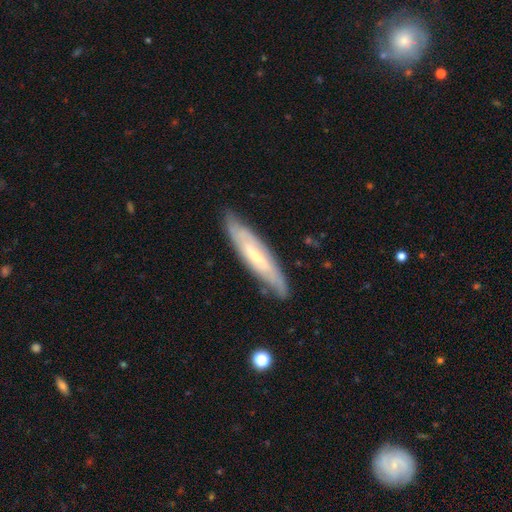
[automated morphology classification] Smooth or featured? featured or disk (65%)
Edge-on disk? no (53%)
Merging? none (80%)